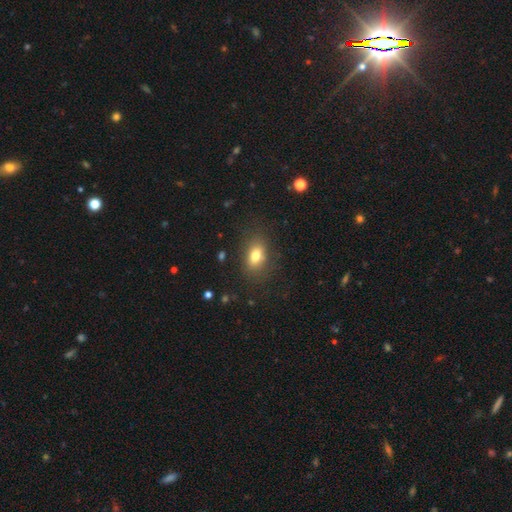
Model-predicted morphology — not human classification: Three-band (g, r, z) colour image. It shows a smooth galaxy with no disk features (78%) that is in between round and cigar-shaped (81%). Merging: none (80%).